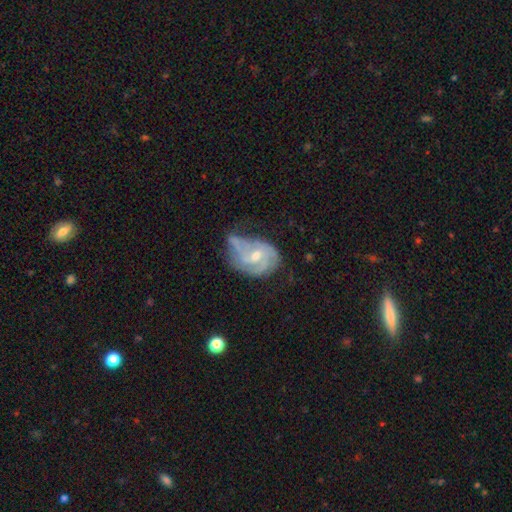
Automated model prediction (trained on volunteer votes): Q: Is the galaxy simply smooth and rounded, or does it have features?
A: featured or disk — 80%.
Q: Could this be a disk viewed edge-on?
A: no — 97%.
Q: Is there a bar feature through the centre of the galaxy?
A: no — 45%, tied with weak.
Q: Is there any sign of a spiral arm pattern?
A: yes — 89%.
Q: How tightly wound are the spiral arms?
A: tight — 48%.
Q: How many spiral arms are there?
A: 2 — 31%.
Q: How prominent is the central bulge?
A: moderate — 57%.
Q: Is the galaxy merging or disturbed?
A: none — 38%.